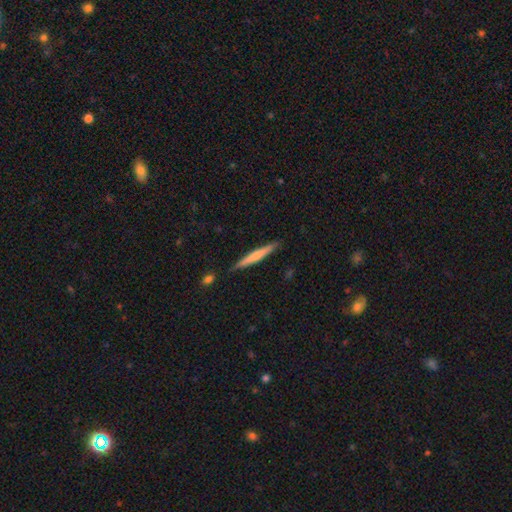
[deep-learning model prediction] Overall: smooth (60%; featured or disk 34%). How rounded: cigar-shaped (96%). Merging: none (87%).